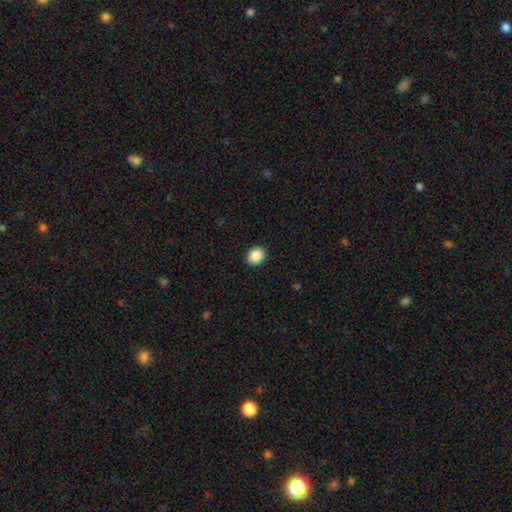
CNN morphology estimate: smooth_or_featured: smooth (p=0.88) [alt: star or artifact p=0.08]
how_rounded: round (p=0.56) [alt: in between p=0.43]
merging: none (p=0.91) [alt: minor disturbance p=0.06]